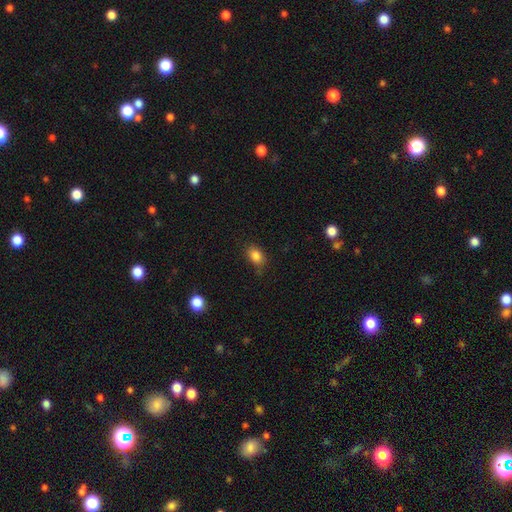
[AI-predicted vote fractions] Smooth or featured? smooth (84%)
How rounded? in between (72%)
Merging? none (75%)